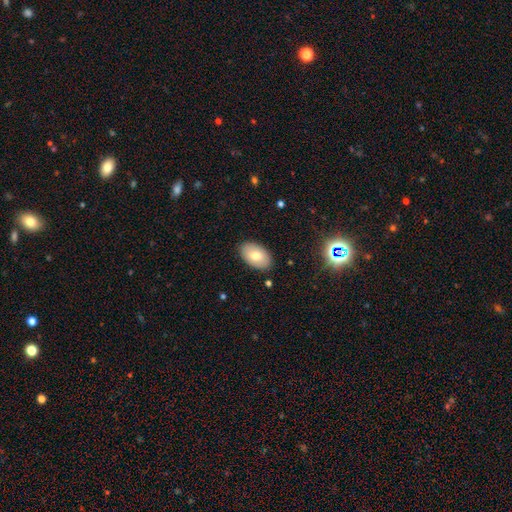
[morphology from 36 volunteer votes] This is likely a smooth galaxy (69%). How rounded: clearly in between (96%). Merging: clearly none (88%).